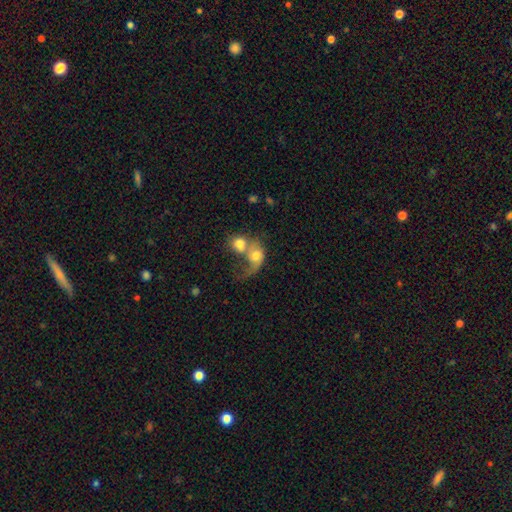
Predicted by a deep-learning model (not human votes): Smooth or featured: smooth — 55% (featured or disk — 36%)
How rounded: round — 52% (in between — 47%)
Merging: merger — 73% (major disturbance — 13%)